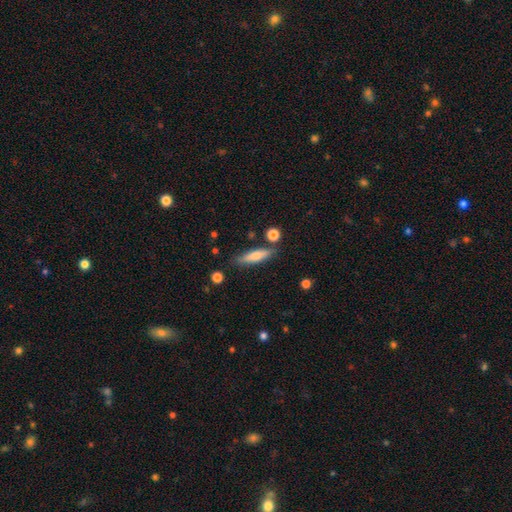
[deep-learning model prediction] Smooth or featured? Predicted: smooth (p=0.69). How rounded? Predicted: cigar-shaped (p=0.73). Merging? Predicted: none (p=0.79).